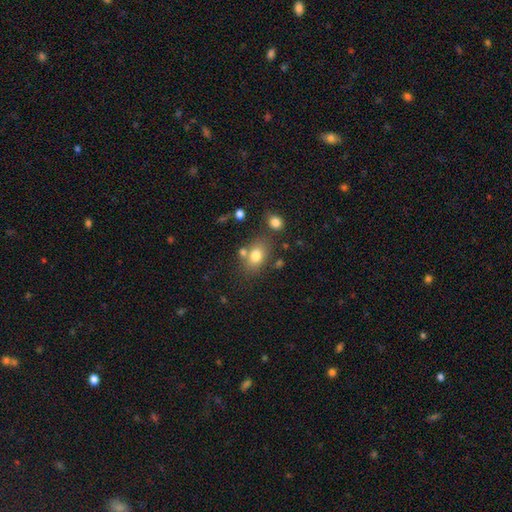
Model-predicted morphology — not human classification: Overall: smooth (77%). How rounded: in between (73%). Merging: none (66%).